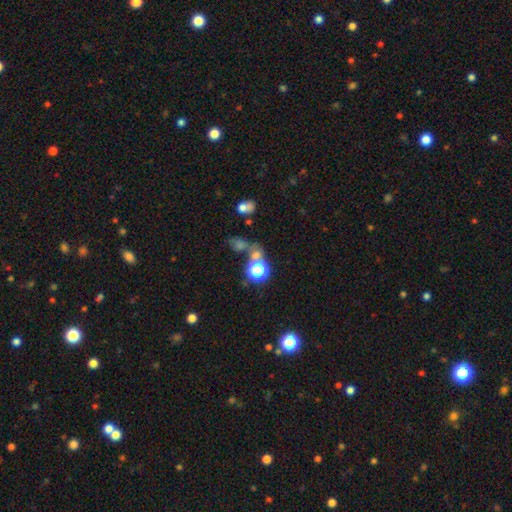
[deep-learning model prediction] Smooth or featured? smooth (50%)
How rounded? round (69%)
Merging? none (44%)